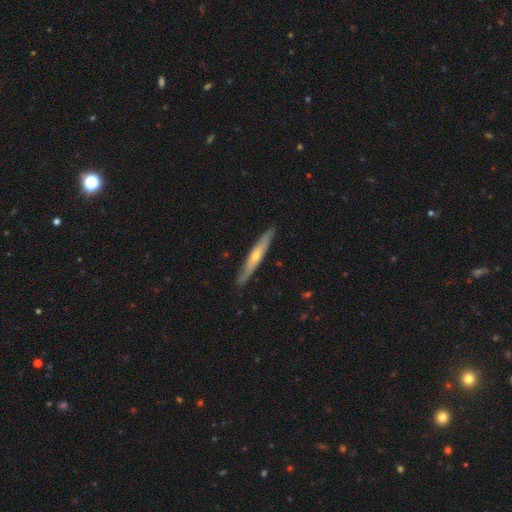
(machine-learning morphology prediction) Smooth or featured?
  - featured or disk: 62% *
  - smooth: 32%
  - star or artifact: 6%
Edge-on disk?
  - yes: 88% *
  - no: 12%
Edge-on bulge?
  - rounded: 76% *
  - none: 22%
  - boxy: 3%
Merging?
  - none: 88% *
  - minor disturbance: 10%
  - major disturbance: 2%
  - merger: 1%